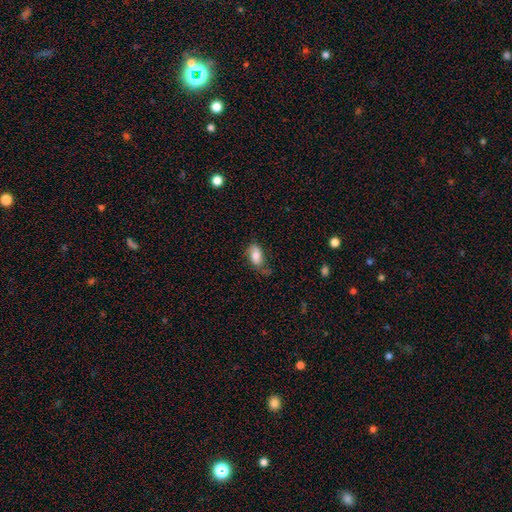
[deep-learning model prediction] smooth_or_featured: smooth (p=0.75) [alt: featured or disk p=0.17]
how_rounded: in between (p=0.91) [alt: round p=0.06]
merging: none (p=0.52) [alt: minor disturbance p=0.32]